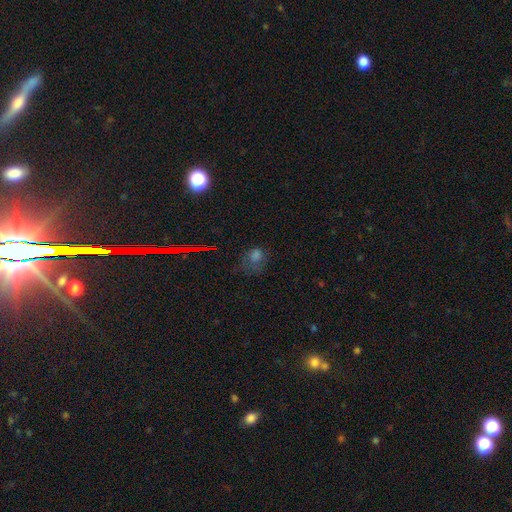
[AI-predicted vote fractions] Smooth or featured?
  - smooth: 55% *
  - star or artifact: 30%
  - featured or disk: 15%
How rounded?
  - round: 57% *
  - in between: 41%
  - cigar-shaped: 2%
Merging?
  - none: 47% *
  - minor disturbance: 25%
  - major disturbance: 25%
  - merger: 3%